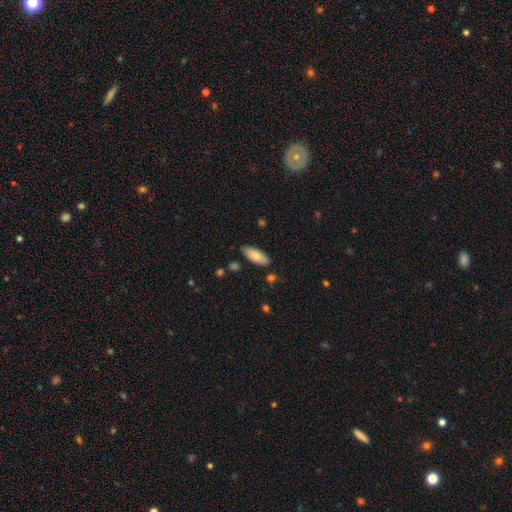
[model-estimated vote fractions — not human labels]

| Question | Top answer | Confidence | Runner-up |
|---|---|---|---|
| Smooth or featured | smooth | 78% | featured or disk (16%) |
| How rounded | in between | 80% | cigar-shaped (18%) |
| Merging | none | 82% | minor disturbance (13%) |